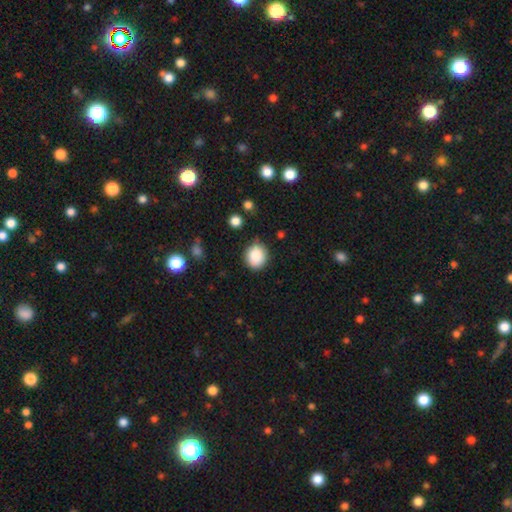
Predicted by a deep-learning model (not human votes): Smooth or featured? Predicted: smooth (p=0.87). How rounded? Predicted: round (p=0.74). Merging? Predicted: none (p=0.80).